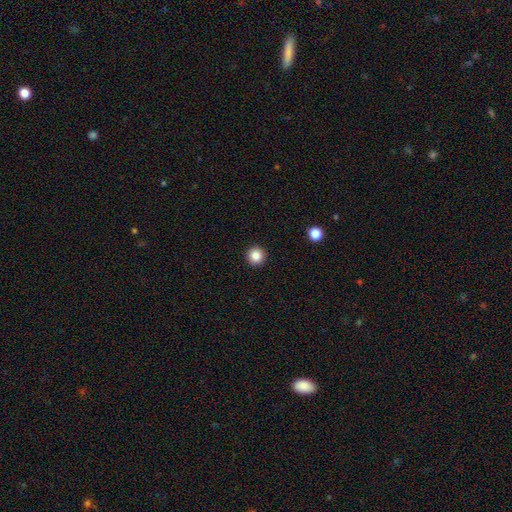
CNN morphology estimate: Smooth or featured? Predicted: smooth (p=0.85). How rounded? Predicted: round (p=0.95). Merging? Predicted: none (p=0.93).